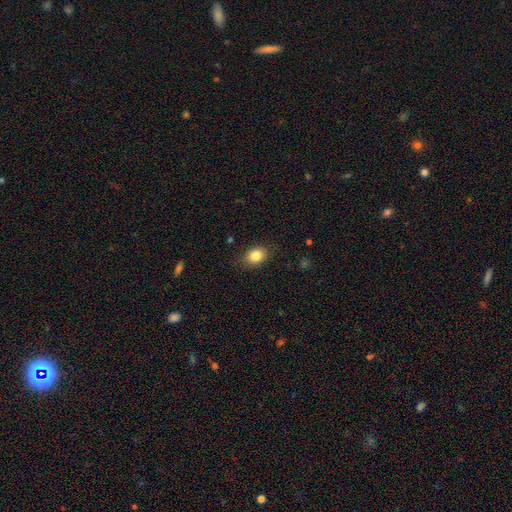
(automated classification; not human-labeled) smooth 84%, star or artifact 9%, featured or disk 7%. Down the decision tree: how rounded — in between (70%); merging — none (84%).